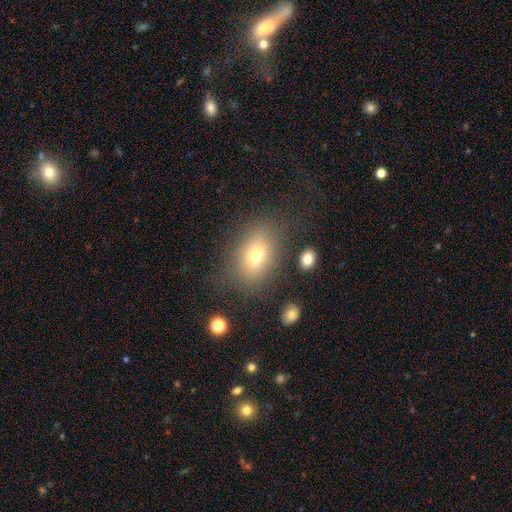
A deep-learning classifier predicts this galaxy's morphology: Overall: smooth (70%). How rounded: in between (74%). Merging: none (76%).